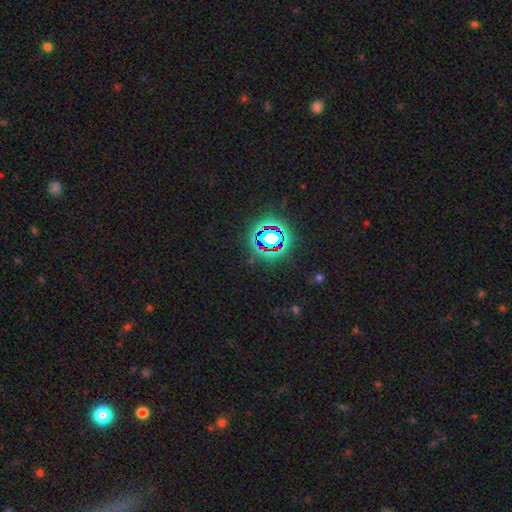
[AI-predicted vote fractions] star or artifact 78%, smooth 15%, featured or disk 8%.